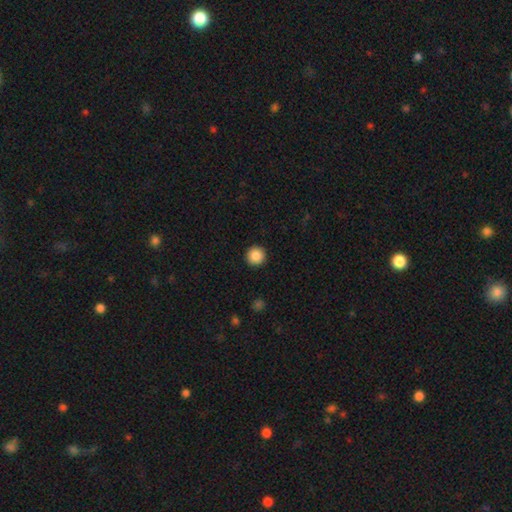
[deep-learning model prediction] smooth-or-featured: smooth: 88% | star or artifact: 9% | featured or disk: 3%
  how-rounded: round: 96% | in between: 3% | cigar-shaped: 1%
  merging: none: 93% | minor disturbance: 4% | major disturbance: 2% | merger: 1%